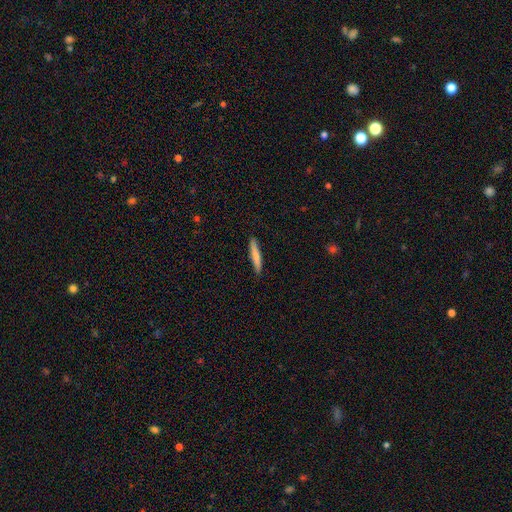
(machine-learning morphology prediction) Smooth or featured? smooth (73%)
How rounded? cigar-shaped (94%)
Merging? none (89%)